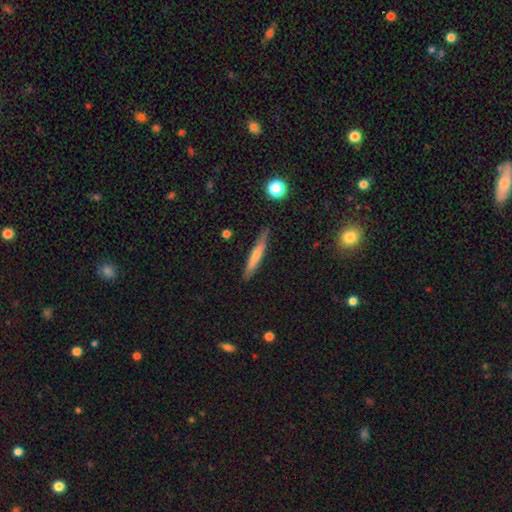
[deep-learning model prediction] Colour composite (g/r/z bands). It shows a smooth galaxy with no disk features (64%) that is cigar-shaped (93%). Merging: none (84%).